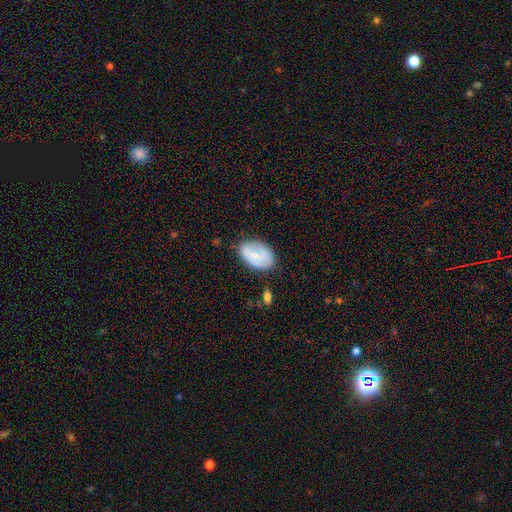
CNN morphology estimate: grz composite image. It shows a smooth galaxy with no disk features (52%) that is in between round and cigar-shaped (88%). Merging: none (69%).